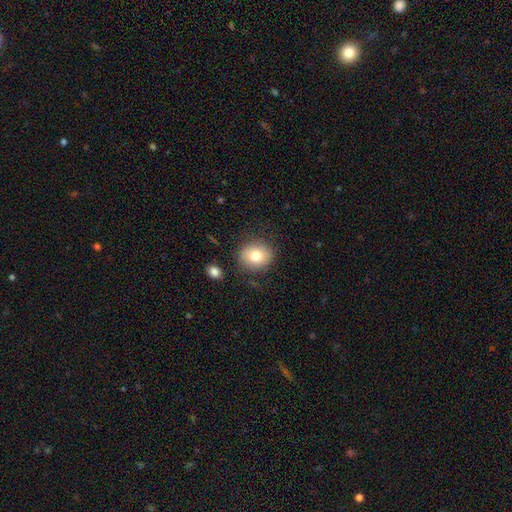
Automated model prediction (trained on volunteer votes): Smooth or featured: smooth — 76% (featured or disk — 13%)
How rounded: round — 72% (in between — 27%)
Merging: none — 85% (minor disturbance — 10%)